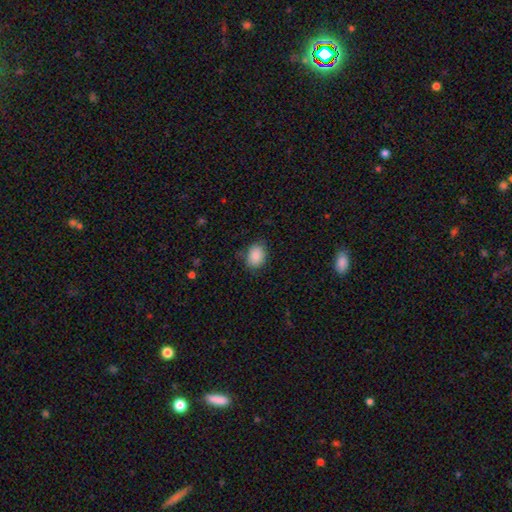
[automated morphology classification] Overall: smooth (88%). How rounded: in between (65%; round 34%). Merging: none (80%).